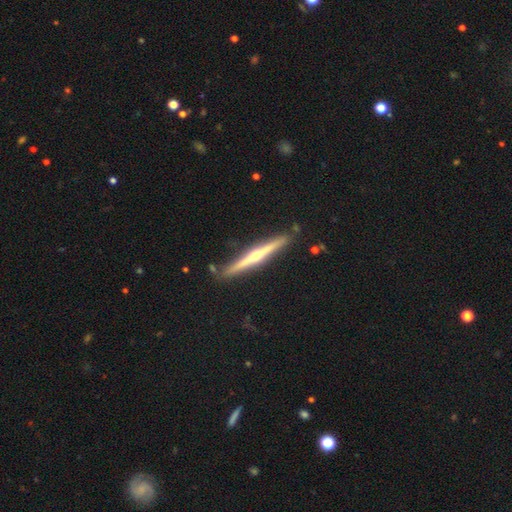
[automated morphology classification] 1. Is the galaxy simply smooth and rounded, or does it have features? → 77% featured or disk, 18% smooth, 5% star or artifact.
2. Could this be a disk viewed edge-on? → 98% yes, 2% no.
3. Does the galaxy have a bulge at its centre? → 84% rounded, 11% none, 5% boxy.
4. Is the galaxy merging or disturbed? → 87% none, 9% minor disturbance, 2% merger, 2% major disturbance.